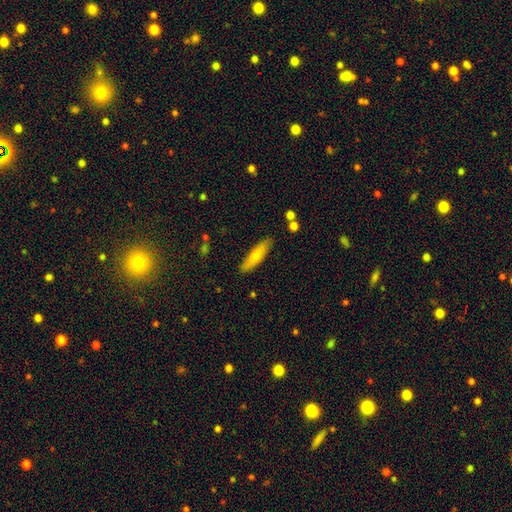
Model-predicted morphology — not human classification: A smooth galaxy with no disk features (73%) that is cigar-shaped (72%).

Vote fractions:
- Smooth or featured? smooth: 73% / featured or disk: 21% / star or artifact: 6%
- How rounded? cigar-shaped: 72% / in between: 26% / round: 2%
- Merging? none: 86% / minor disturbance: 10% / merger: 2% / major disturbance: 2%